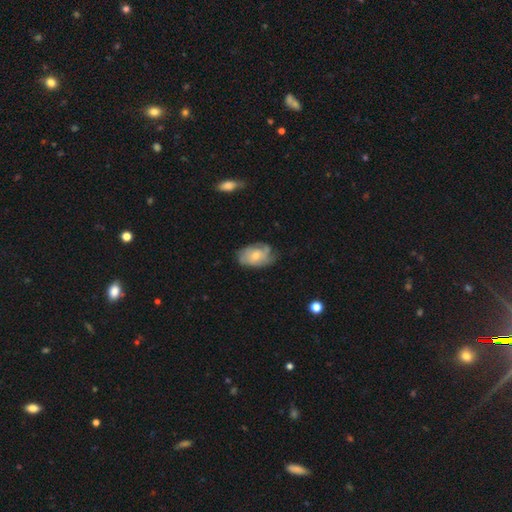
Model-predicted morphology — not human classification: A featured or disk galaxy (51%). Merging: none (56%).